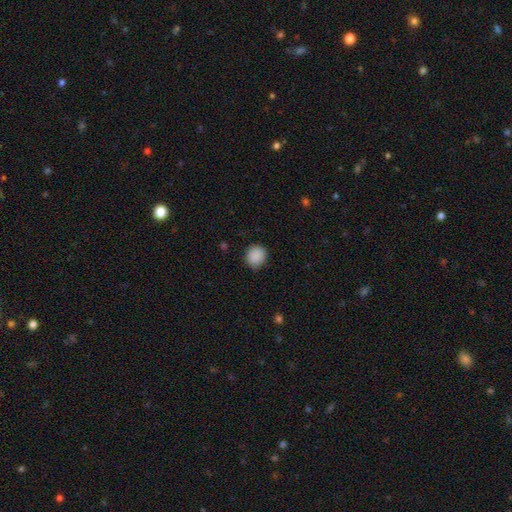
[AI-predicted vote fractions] Smooth or featured: smooth — 88% (star or artifact — 9%)
How rounded: round — 87% (in between — 12%)
Merging: none — 83% (minor disturbance — 13%)